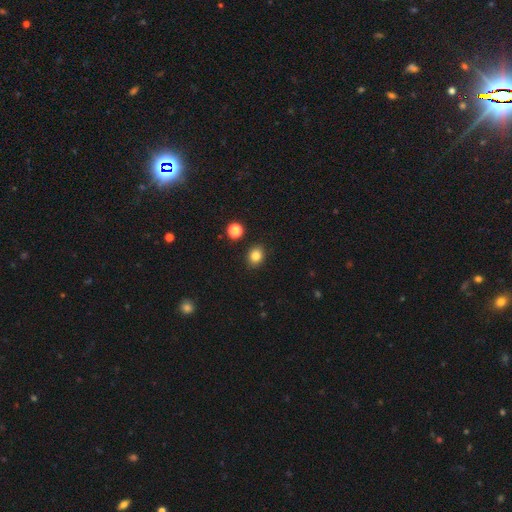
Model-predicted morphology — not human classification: Smooth or featured? smooth (83%)
How rounded? round (62%)
Merging? none (88%)